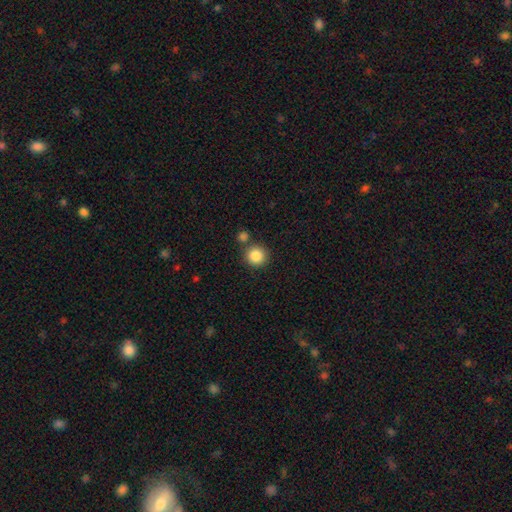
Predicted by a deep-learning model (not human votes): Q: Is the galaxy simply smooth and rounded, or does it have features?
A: smooth — 86%.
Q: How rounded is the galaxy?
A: round — 93%.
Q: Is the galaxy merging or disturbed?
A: none — 76%.